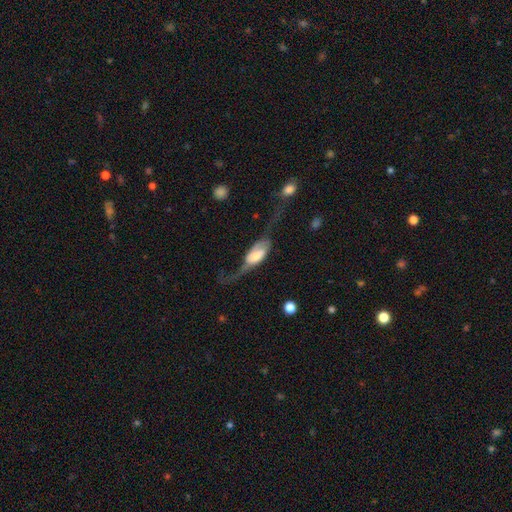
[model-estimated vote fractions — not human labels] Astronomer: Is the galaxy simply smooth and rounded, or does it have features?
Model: featured or disk — 60%.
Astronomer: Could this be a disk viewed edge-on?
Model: no — 75%.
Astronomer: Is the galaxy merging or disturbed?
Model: major disturbance — 55%.